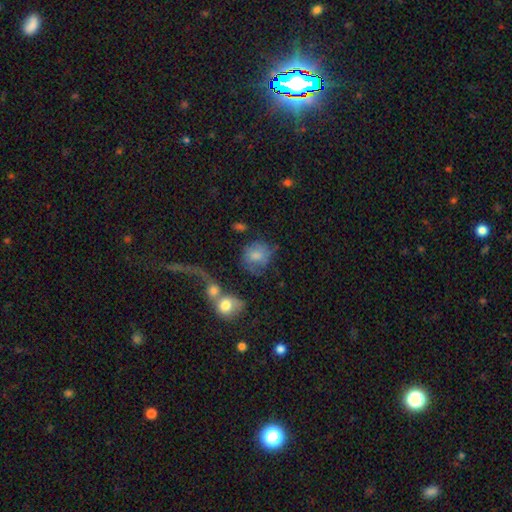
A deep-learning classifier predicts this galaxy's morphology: This is possibly a smooth galaxy (59%). How rounded: likely round (71%). Merging: marginally none (40%).